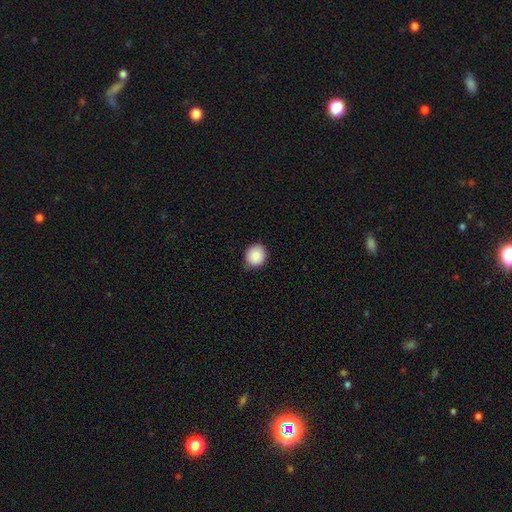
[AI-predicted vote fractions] smooth 89%, star or artifact 8%, featured or disk 4%. Down the decision tree: how rounded — round (82%); merging — none (83%).